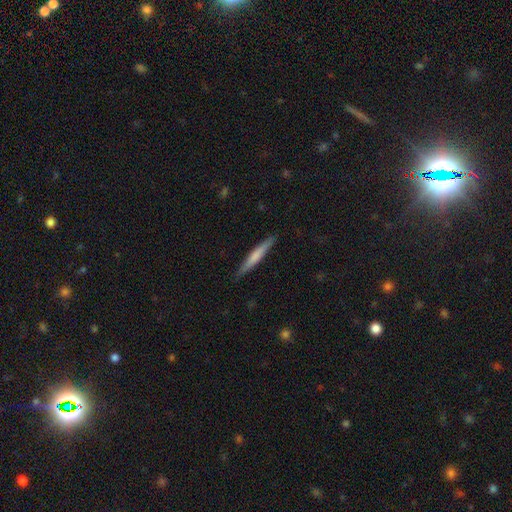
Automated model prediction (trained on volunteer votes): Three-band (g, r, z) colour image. It shows a smooth galaxy with no disk features (58%) that is cigar-shaped (95%). Merging: none (89%).